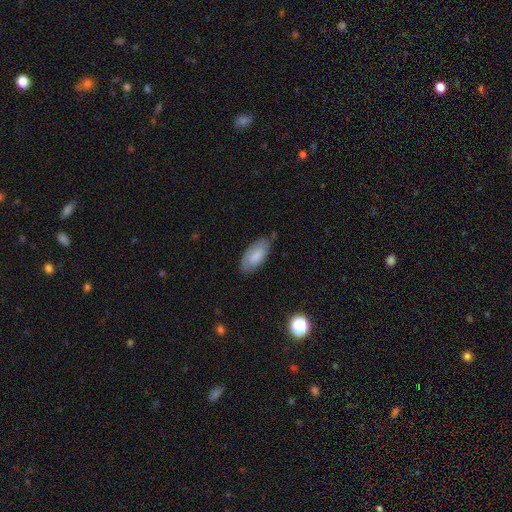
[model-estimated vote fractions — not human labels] Smooth or featured? smooth (78%)
How rounded? in between (89%)
Merging? none (70%)